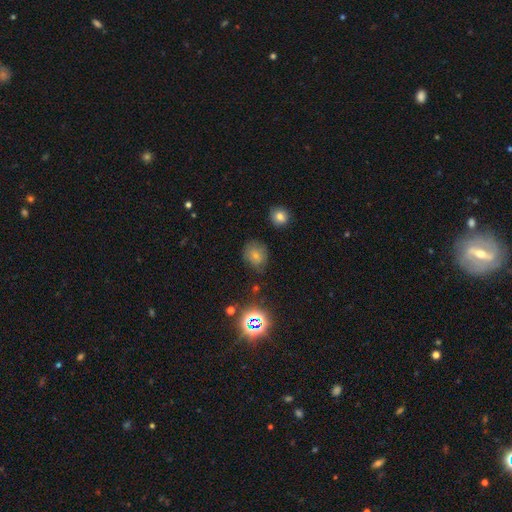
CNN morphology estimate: A smooth galaxy with no disk features (68%) that is round (69%).

Vote fractions:
- Smooth or featured? smooth: 68% / star or artifact: 19% / featured or disk: 13%
- How rounded? round: 69% / in between: 30% / cigar-shaped: 1%
- Merging? none: 69% / minor disturbance: 21% / major disturbance: 7% / merger: 3%